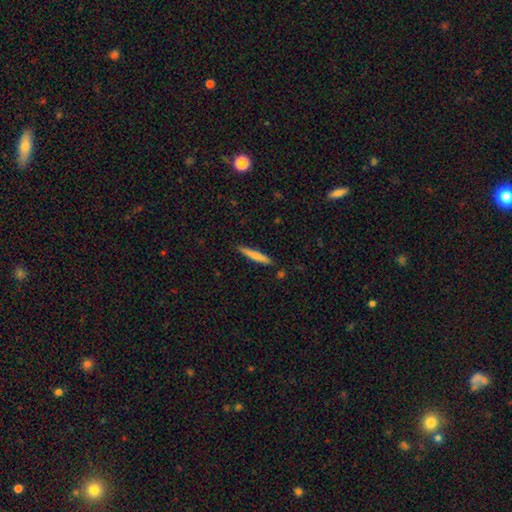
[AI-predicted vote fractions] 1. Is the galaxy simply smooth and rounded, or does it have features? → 75% smooth, 19% featured or disk, 6% star or artifact.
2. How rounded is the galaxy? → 93% cigar-shaped, 5% in between, 1% round.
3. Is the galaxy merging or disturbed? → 86% none, 10% minor disturbance, 2% merger, 2% major disturbance.